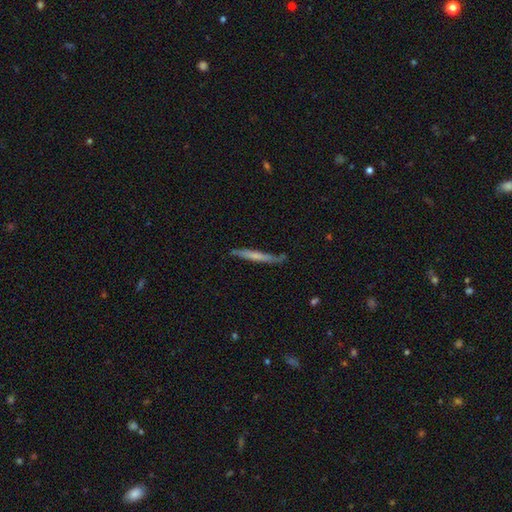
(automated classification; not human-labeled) This is possibly a smooth galaxy (49%). Merging: likely none (74%).